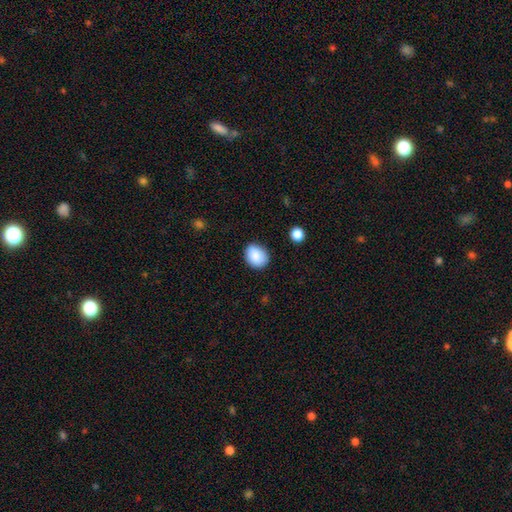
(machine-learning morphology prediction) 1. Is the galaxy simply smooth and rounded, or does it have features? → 88% smooth, 8% star or artifact, 4% featured or disk.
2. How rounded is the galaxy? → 54% in between, 45% round, 1% cigar-shaped.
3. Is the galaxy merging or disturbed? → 84% none, 12% minor disturbance, 3% major disturbance, 1% merger.